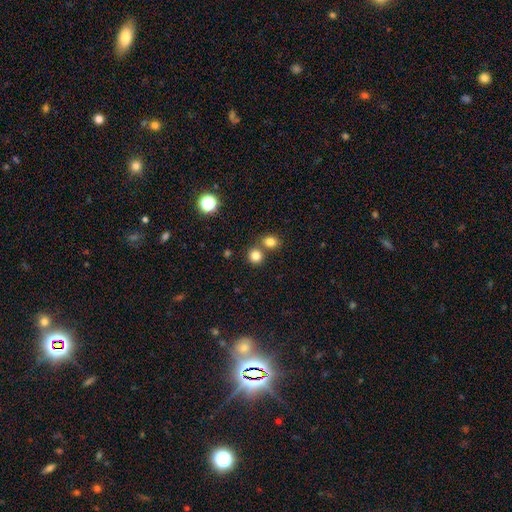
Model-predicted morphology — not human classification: Smooth or featured? Predicted: smooth (p=0.82). How rounded? Predicted: round (p=0.83). Merging? Predicted: none (p=0.62).